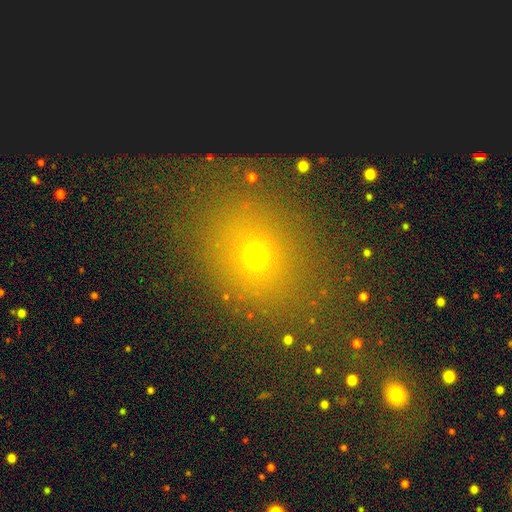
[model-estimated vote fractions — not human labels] Smooth or featured?
  - smooth: 62% *
  - star or artifact: 27%
  - featured or disk: 11%
How rounded?
  - round: 60% *
  - in between: 38%
  - cigar-shaped: 2%
Merging?
  - none: 80% *
  - minor disturbance: 11%
  - major disturbance: 5%
  - merger: 3%